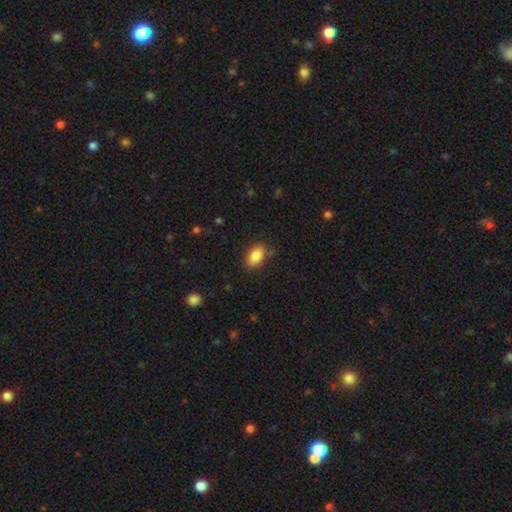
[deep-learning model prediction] smooth 87%, star or artifact 8%, featured or disk 5%. Down the decision tree: how rounded — in between (91%); merging — none (83%).